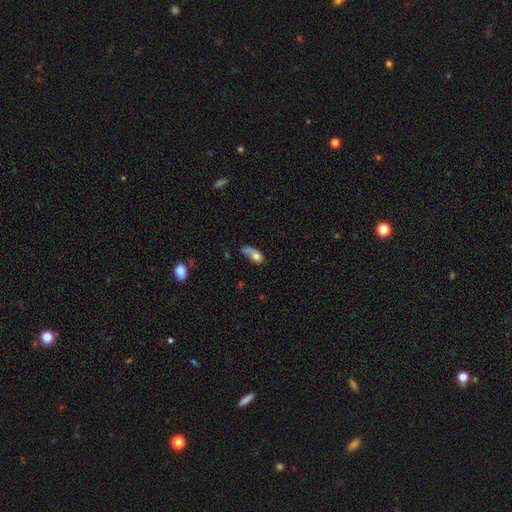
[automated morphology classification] Overall: smooth (63%; featured or disk 28%). How rounded: in between (78%). Merging: major disturbance (33%; none 29%).